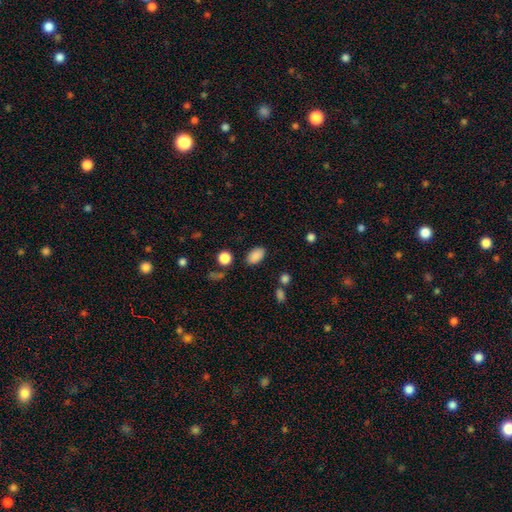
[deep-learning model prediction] This is clearly a smooth galaxy (87%). How rounded: clearly in between (91%). Merging: clearly none (83%).